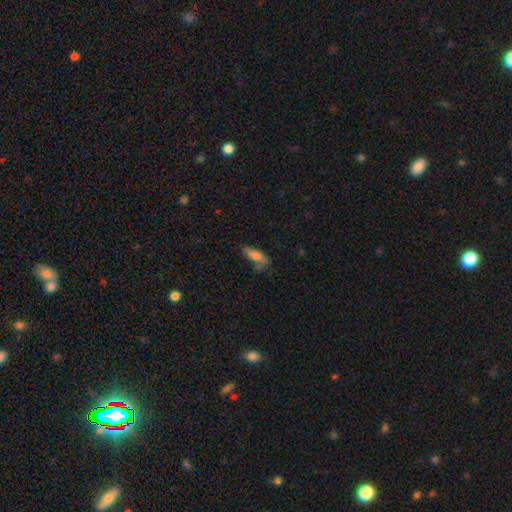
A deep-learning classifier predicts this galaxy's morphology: smooth-or-featured: smooth: 76% | featured or disk: 15% | star or artifact: 9%
  how-rounded: in between: 68% | cigar-shaped: 30% | round: 3%
  merging: none: 42% | minor disturbance: 33% | major disturbance: 18% | merger: 7%